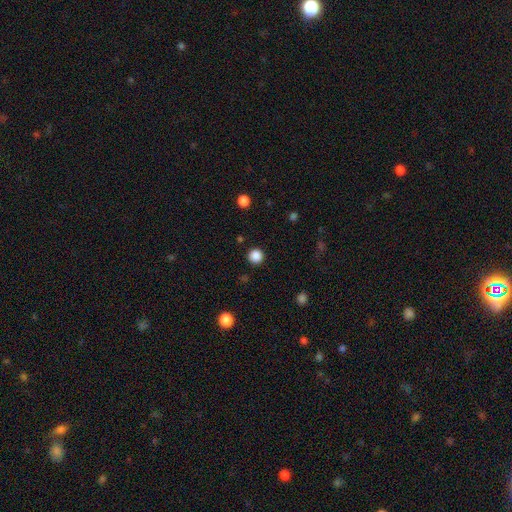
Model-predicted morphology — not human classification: Q: Smooth or featured?
A: smooth (86%); runner-up: star or artifact (12%)
Q: How rounded?
A: round (96%); runner-up: in between (3%)
Q: Merging?
A: none (92%); runner-up: minor disturbance (5%)